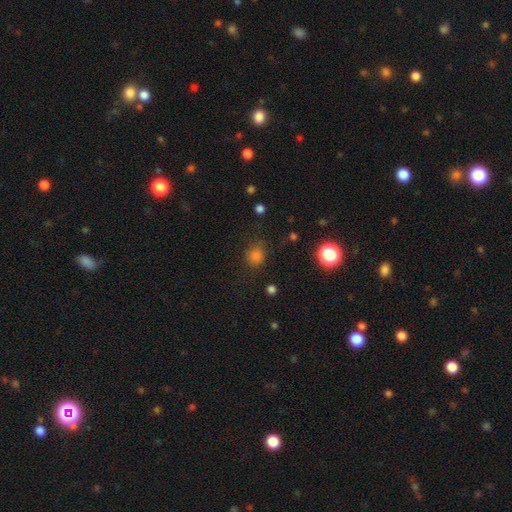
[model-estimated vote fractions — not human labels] Smooth or featured? Predicted: smooth (p=0.77). How rounded? Predicted: round (p=0.81). Merging? Predicted: none (p=0.77).